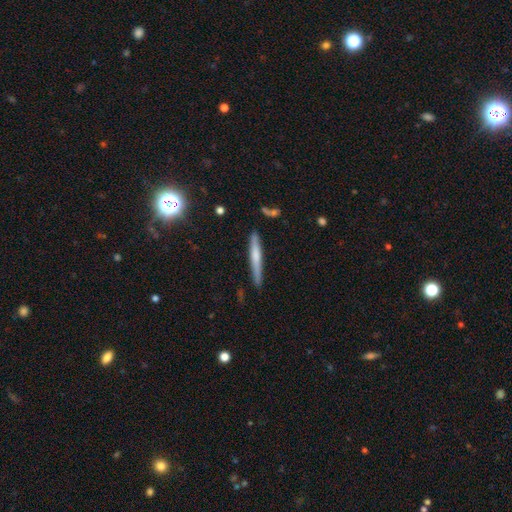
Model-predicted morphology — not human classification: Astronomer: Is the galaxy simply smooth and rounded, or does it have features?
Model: smooth — 50% (runner-up: featured or disk, 43%).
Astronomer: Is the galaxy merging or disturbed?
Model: none — 84%.